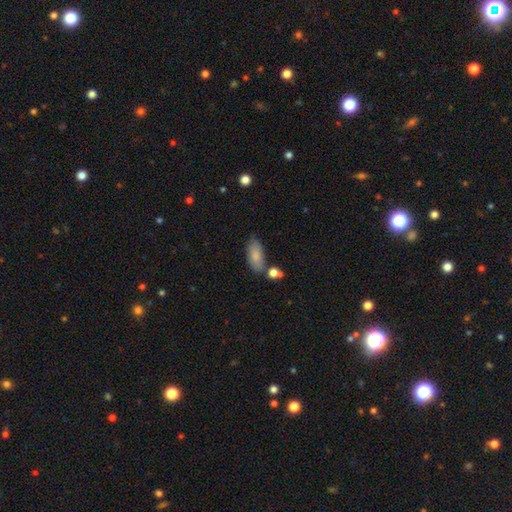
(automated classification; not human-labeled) This is clearly a smooth galaxy (83%). How rounded: clearly in between (86%). Merging: likely none (70%).